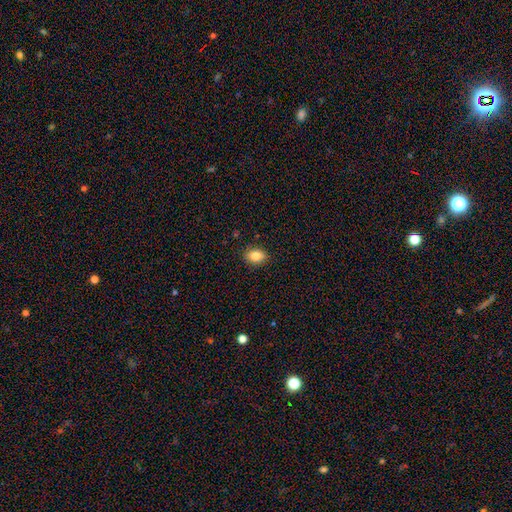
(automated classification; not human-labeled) Smooth or featured? smooth (84%)
How rounded? in between (72%)
Merging? none (87%)